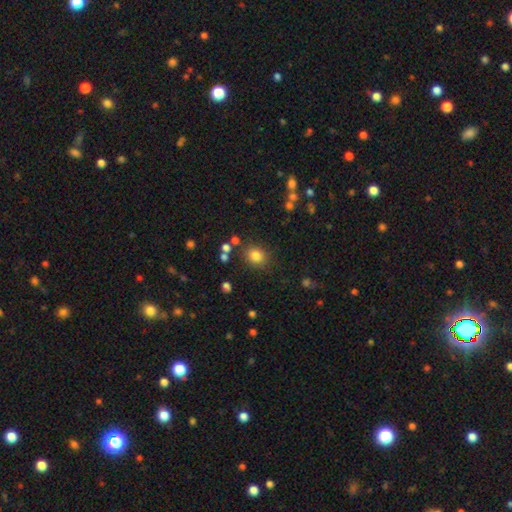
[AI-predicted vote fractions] smooth 81%, star or artifact 13%, featured or disk 6%. Down the decision tree: how rounded — round (68%); merging — none (81%).